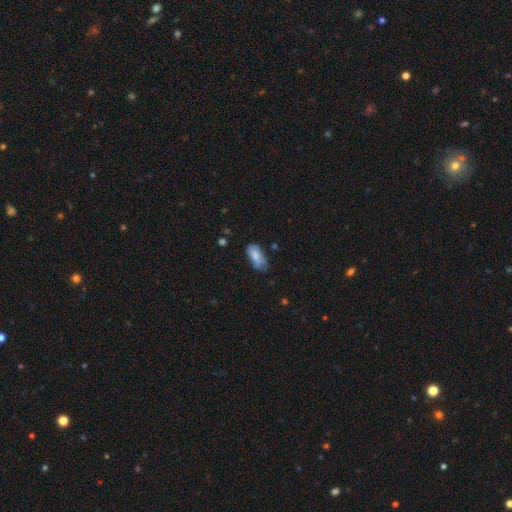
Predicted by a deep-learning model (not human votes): Overall: smooth (82%). How rounded: in between (90%). Merging: none (59%; minor disturbance 32%).